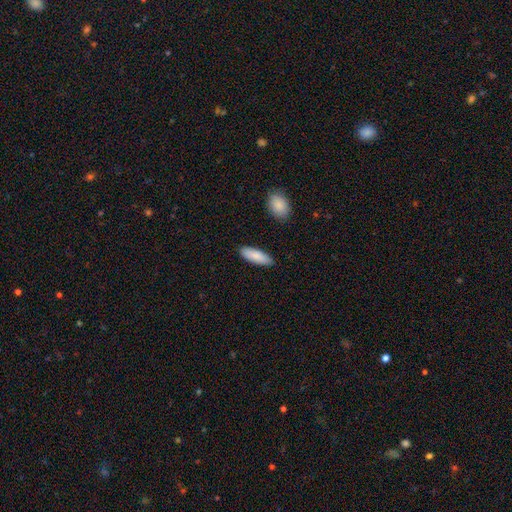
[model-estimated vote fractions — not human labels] smooth-or-featured: smooth: 86% | featured or disk: 8% | star or artifact: 6%
  how-rounded: in between: 61% | cigar-shaped: 37% | round: 2%
  merging: none: 88% | minor disturbance: 8% | major disturbance: 2% | merger: 2%